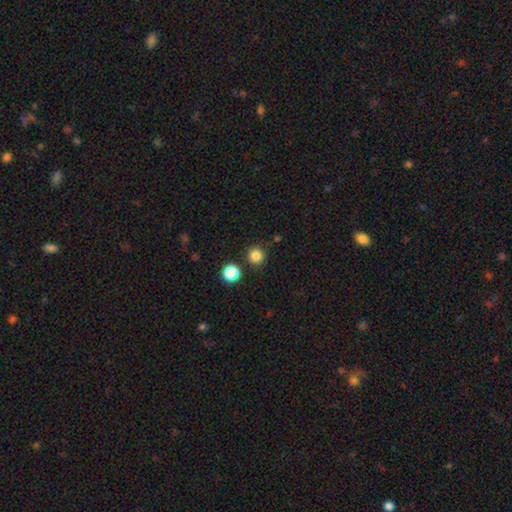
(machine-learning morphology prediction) The model was most divided on "smooth or featured": smooth: 84%, star or artifact: 12%, featured or disk: 4%. More confident: how rounded — round (95%); merging — none (88%).